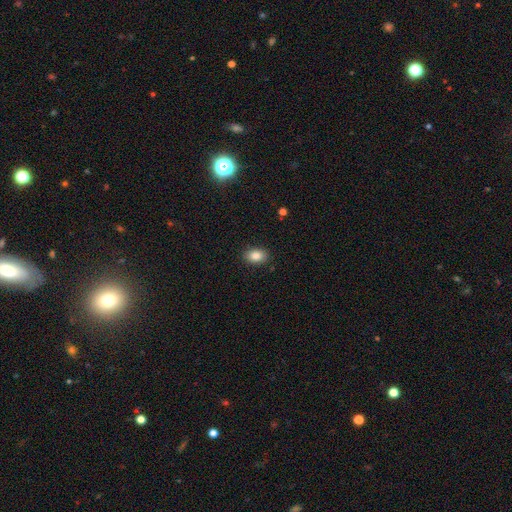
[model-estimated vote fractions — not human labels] smooth_or_featured: smooth (p=0.85) [alt: star or artifact p=0.08]
how_rounded: in between (p=0.82) [alt: round p=0.16]
merging: none (p=0.89) [alt: minor disturbance p=0.08]